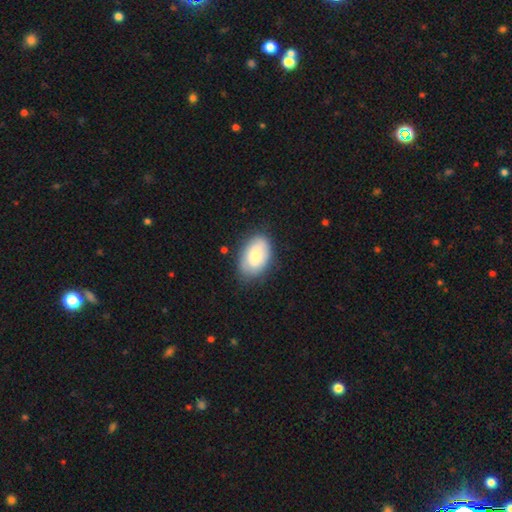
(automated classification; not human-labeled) smooth-or-featured: smooth: 71% | featured or disk: 23% | star or artifact: 6%
  how-rounded: in between: 91% | round: 8% | cigar-shaped: 1%
  merging: none: 77% | minor disturbance: 17% | major disturbance: 4% | merger: 1%